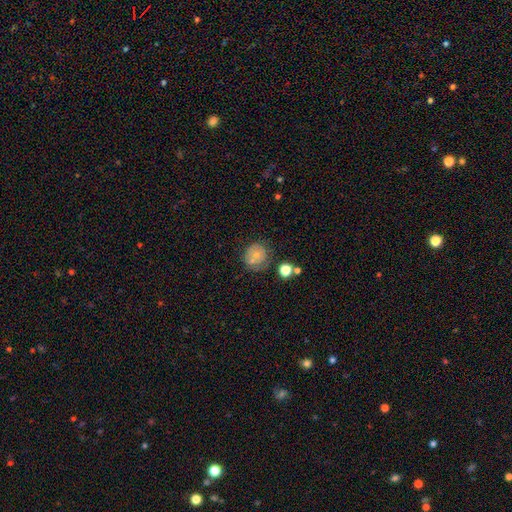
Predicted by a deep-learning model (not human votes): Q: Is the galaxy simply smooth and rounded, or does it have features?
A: smooth — 65%.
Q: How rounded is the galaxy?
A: round — 87%.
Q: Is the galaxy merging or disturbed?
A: none — 62%.